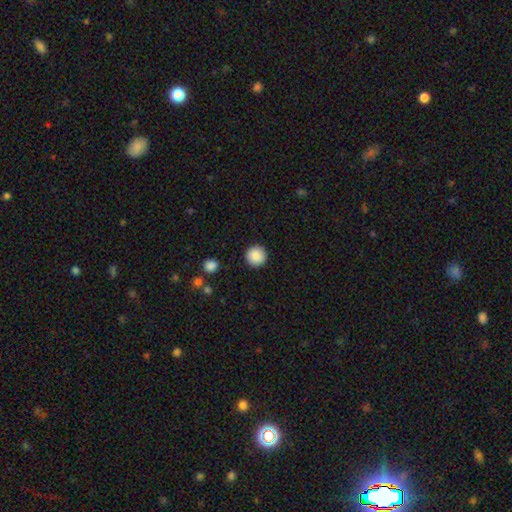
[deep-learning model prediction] A smooth galaxy with no disk features (89%) that is round (96%). Merging: none (93%).